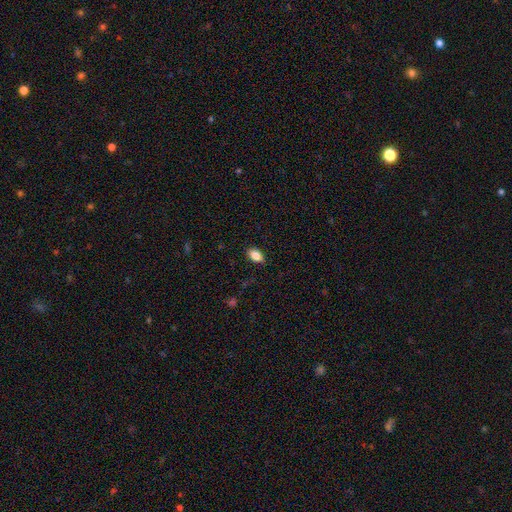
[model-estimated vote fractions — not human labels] A smooth galaxy with no disk features (86%) that is in between round and cigar-shaped (89%). Merging: none (86%).